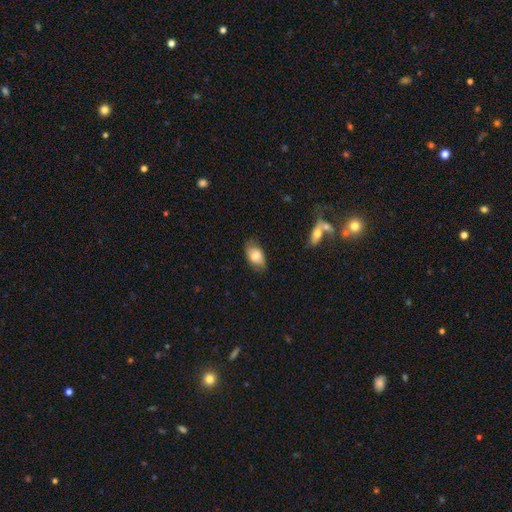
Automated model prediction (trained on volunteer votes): A smooth galaxy with no disk features (73%) that is in between round and cigar-shaped (91%). Merging: none (72%).